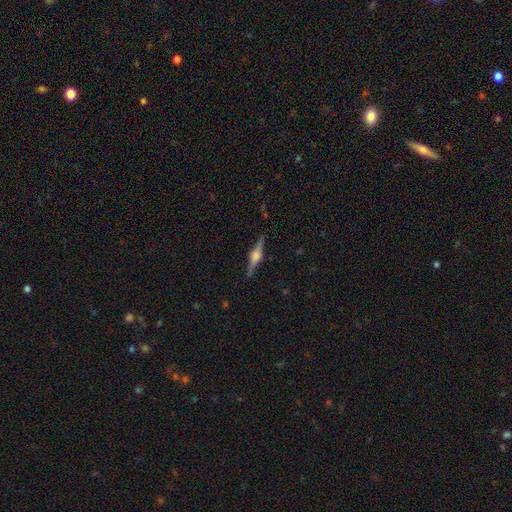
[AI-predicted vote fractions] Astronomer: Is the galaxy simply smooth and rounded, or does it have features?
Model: featured or disk — 78%.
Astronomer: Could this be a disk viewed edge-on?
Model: yes — 98%.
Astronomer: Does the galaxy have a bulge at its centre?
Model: rounded — 87%.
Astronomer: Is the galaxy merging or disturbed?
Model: none — 90%.